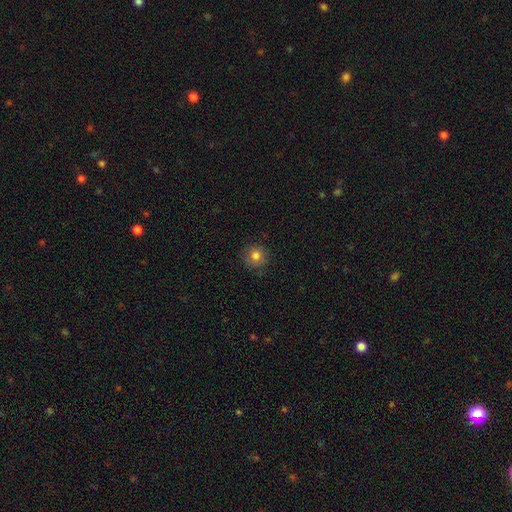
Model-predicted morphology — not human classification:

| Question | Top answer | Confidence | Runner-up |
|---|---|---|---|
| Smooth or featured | smooth | 80% | star or artifact (12%) |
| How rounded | round | 92% | in between (7%) |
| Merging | none | 86% | minor disturbance (10%) |